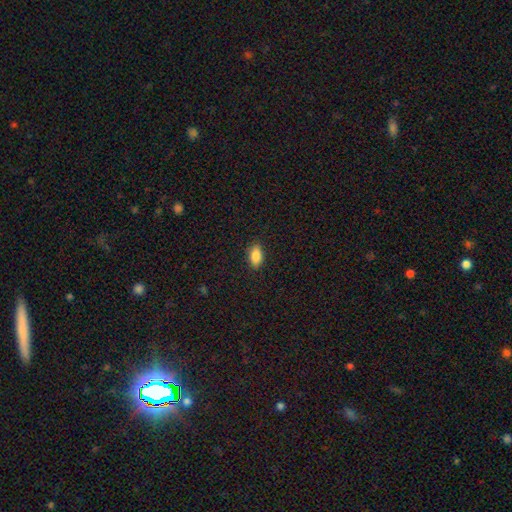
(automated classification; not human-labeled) This appears to be a smooth galaxy with no disk features (87%) that is in between round and cigar-shaped (91%). Merging: none (88%).